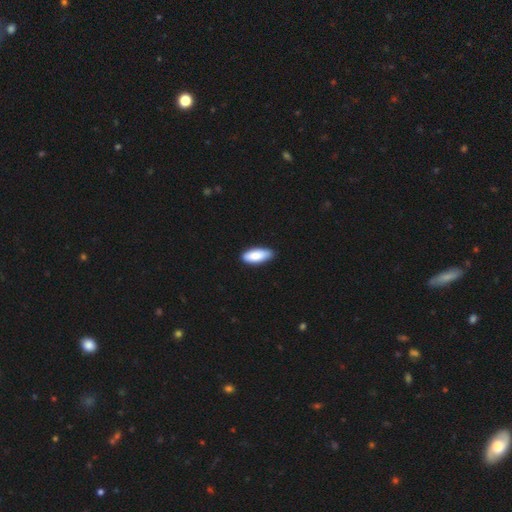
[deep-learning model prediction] Smooth or featured?
  - smooth: 86% *
  - featured or disk: 8%
  - star or artifact: 5%
How rounded?
  - in between: 85% *
  - cigar-shaped: 14%
  - round: 2%
Merging?
  - none: 86% *
  - minor disturbance: 12%
  - major disturbance: 2%
  - merger: 1%